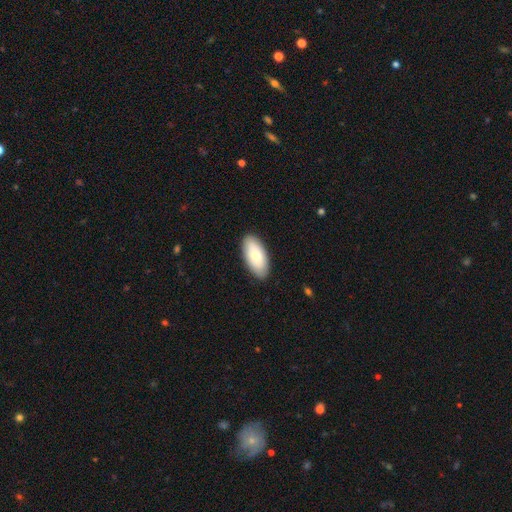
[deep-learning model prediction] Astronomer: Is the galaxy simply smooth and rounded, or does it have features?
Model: smooth — 77%.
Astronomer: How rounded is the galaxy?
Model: in between — 93%.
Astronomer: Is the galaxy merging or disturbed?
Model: none — 89%.